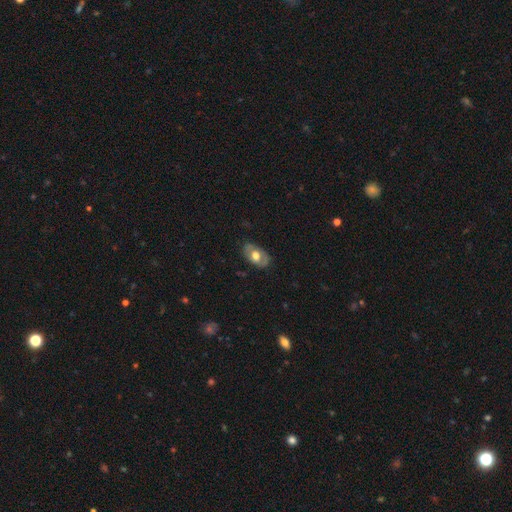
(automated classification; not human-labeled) Smooth or featured: smooth — 50% (featured or disk — 44%)
How rounded: in between — 88% (round — 10%)
Merging: none — 79% (minor disturbance — 16%)